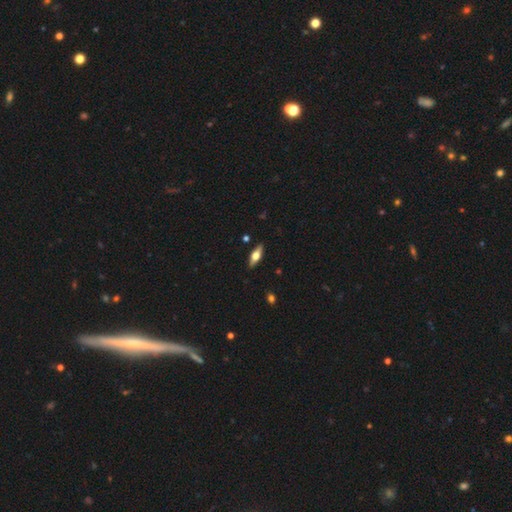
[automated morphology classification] Overall: featured or disk (52%; smooth 41%). Edge-on disk: yes (91%). Merging: none (89%).